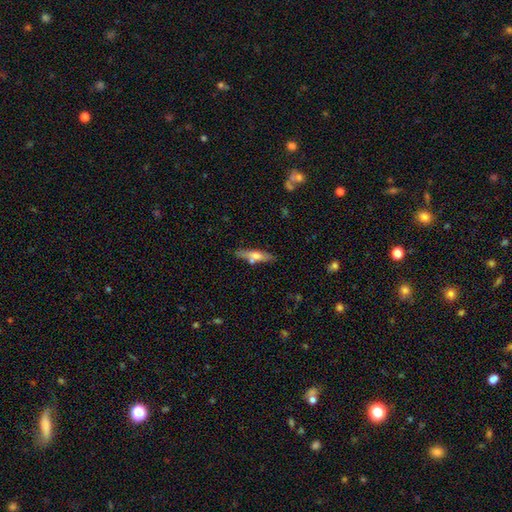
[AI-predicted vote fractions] Smooth or featured?
  - smooth: 56% *
  - featured or disk: 38%
  - star or artifact: 6%
How rounded?
  - cigar-shaped: 72% *
  - in between: 26%
  - round: 2%
Merging?
  - none: 72% *
  - minor disturbance: 15%
  - merger: 10%
  - major disturbance: 3%